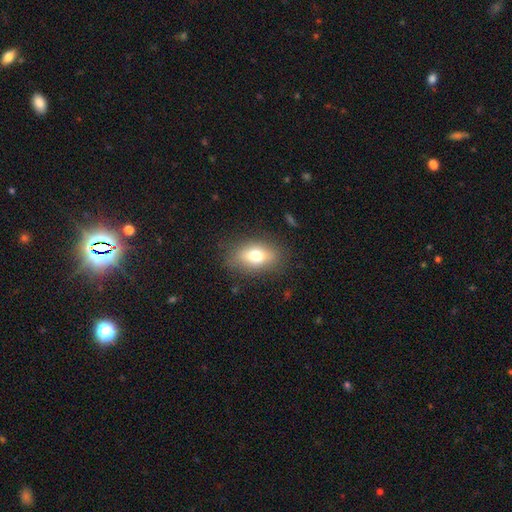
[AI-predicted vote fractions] Smooth or featured: smooth — 73% (featured or disk — 18%)
How rounded: in between — 84% (round — 11%)
Merging: none — 81% (minor disturbance — 13%)